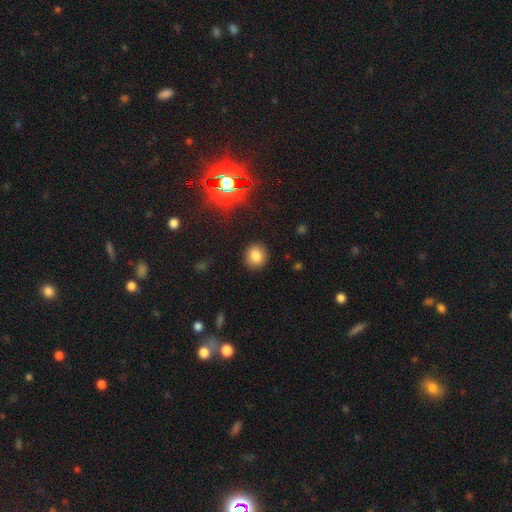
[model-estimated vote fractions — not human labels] A smooth galaxy with no disk features (79%) that is round (83%). Merging: none (89%).